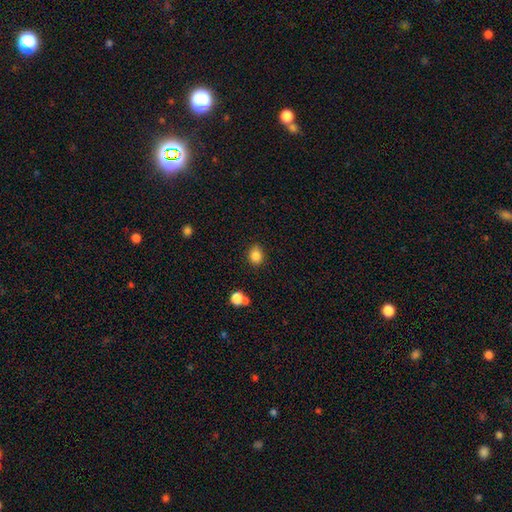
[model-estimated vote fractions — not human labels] smooth-or-featured: smooth: 85% | star or artifact: 11% | featured or disk: 4%
  how-rounded: round: 55% | in between: 44% | cigar-shaped: 1%
  merging: none: 84% | minor disturbance: 11% | merger: 3% | major disturbance: 3%